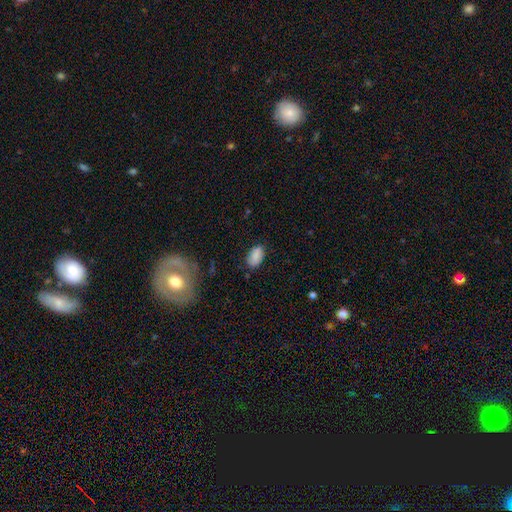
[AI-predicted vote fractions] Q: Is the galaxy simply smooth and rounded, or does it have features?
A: smooth — 82%.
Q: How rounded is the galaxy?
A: in between — 92%.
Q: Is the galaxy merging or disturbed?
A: none — 77%.